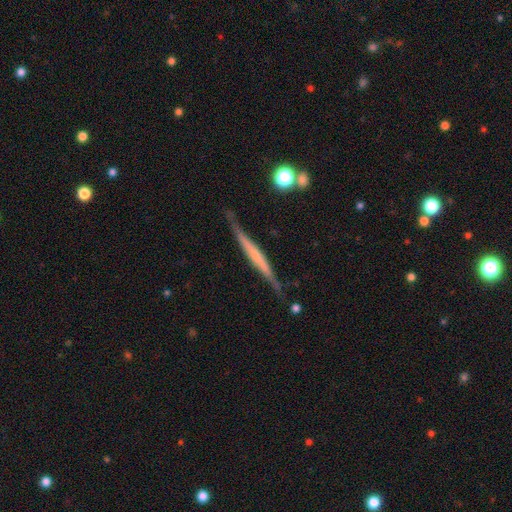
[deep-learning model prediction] Overall: featured or disk (64%; smooth 30%). Edge-on disk: yes (96%). Edge-on bulge: none (60%; rounded 24%). Merging: none (81%).